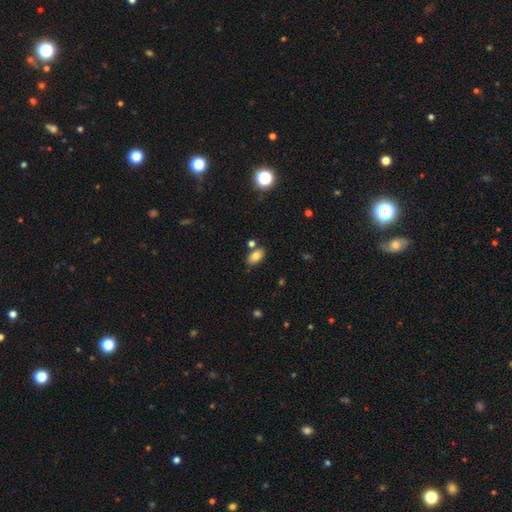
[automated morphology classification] Smooth or featured?
  - smooth: 77% *
  - featured or disk: 12%
  - star or artifact: 10%
How rounded?
  - in between: 91% *
  - round: 6%
  - cigar-shaped: 3%
Merging?
  - none: 76% *
  - minor disturbance: 12%
  - merger: 10%
  - major disturbance: 3%